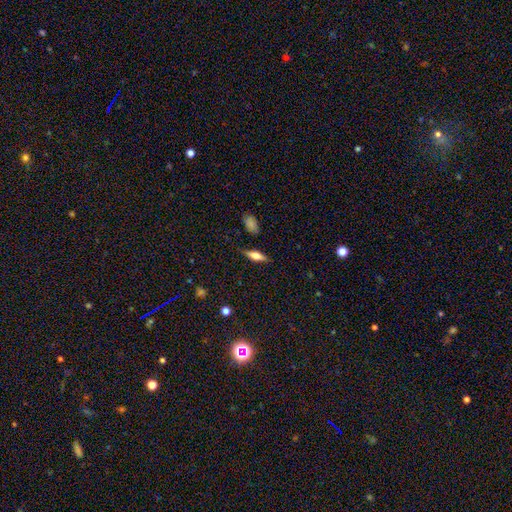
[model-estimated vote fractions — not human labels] A smooth galaxy with no disk features (51%) that is in between round and cigar-shaped (49%). Merging: none (84%).